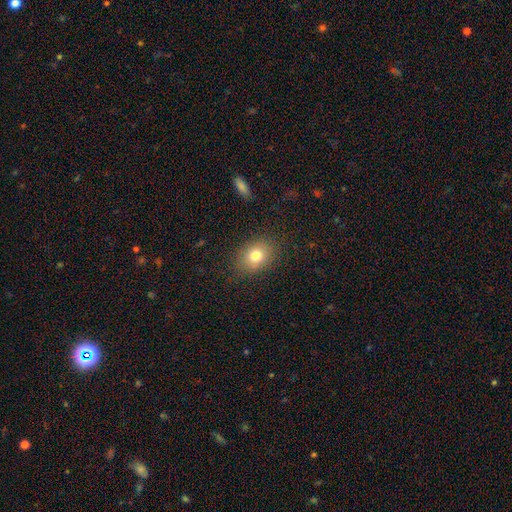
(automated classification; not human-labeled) A smooth galaxy with no disk features (78%) that is in between round and cigar-shaped (61%). Merging: none (83%).